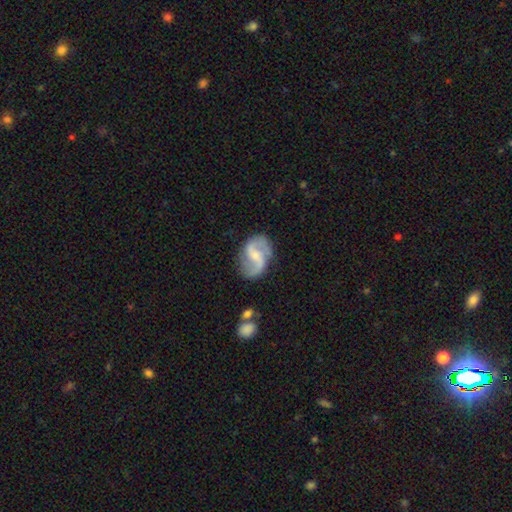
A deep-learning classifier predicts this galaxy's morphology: A featured or disk galaxy (86%) with a weak bar (50%), 2 (92%) loose (56%) spiral arms (96%) and a small central bulge (56%). Merging: none (76%).